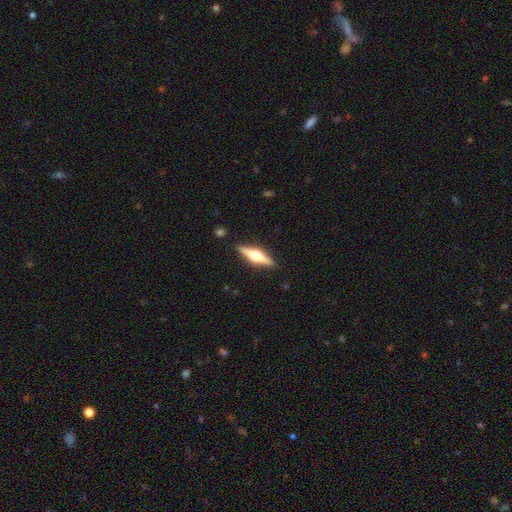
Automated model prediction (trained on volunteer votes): Q: Smooth or featured?
A: featured or disk (71%); runner-up: smooth (24%)
Q: Edge-on disk?
A: yes (97%); runner-up: no (3%)
Q: Edge-on bulge?
A: rounded (96%); runner-up: boxy (3%)
Q: Merging?
A: none (90%); runner-up: minor disturbance (7%)